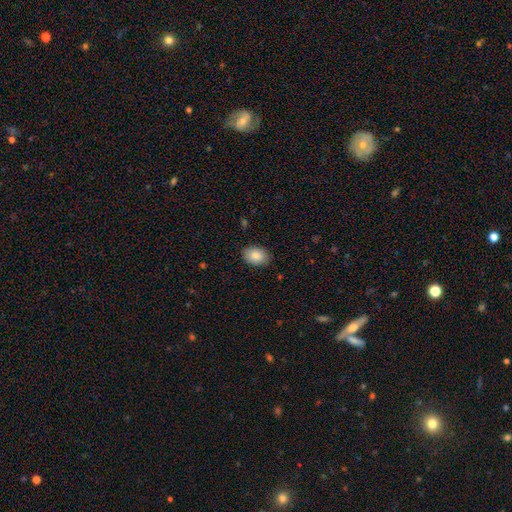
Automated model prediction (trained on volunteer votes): This appears to be a smooth galaxy with no disk features (86%) that is in between round and cigar-shaped (79%). Merging: none (87%).